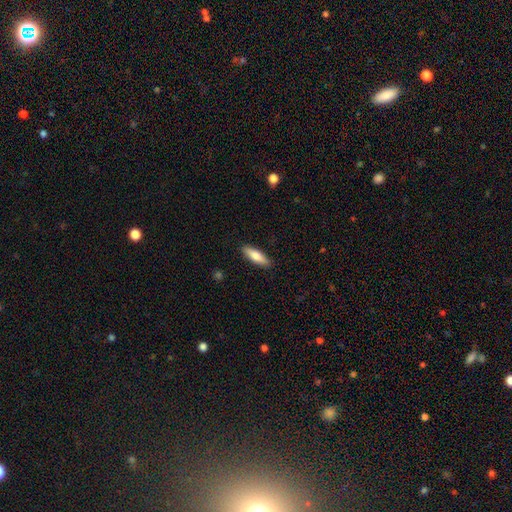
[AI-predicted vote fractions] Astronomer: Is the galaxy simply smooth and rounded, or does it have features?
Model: smooth — 77%.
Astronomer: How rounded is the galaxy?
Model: cigar-shaped — 55% (runner-up: in between, 43%).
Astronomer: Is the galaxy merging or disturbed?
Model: none — 89%.